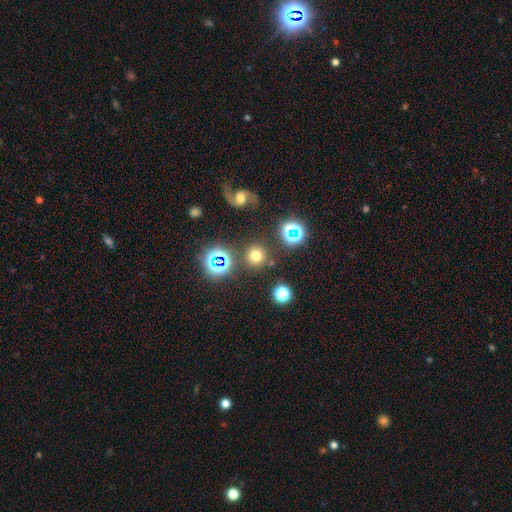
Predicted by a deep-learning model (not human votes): A smooth galaxy with no disk features (67%) that is round (94%). Merging: none (86%).